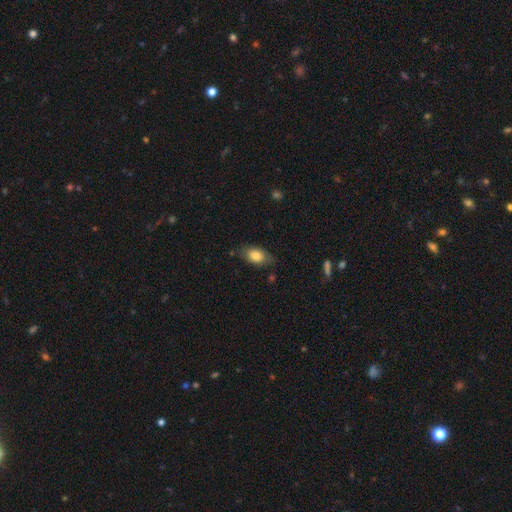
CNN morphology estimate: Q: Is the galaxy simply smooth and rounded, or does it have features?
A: smooth — 80%.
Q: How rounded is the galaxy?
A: in between — 88%.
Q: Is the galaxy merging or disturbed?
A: none — 72%.